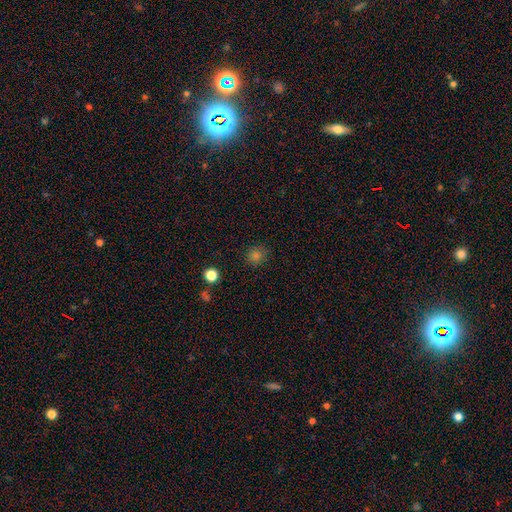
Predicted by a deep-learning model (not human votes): Smooth or featured? Predicted: smooth (p=0.76). How rounded? Predicted: round (p=0.87). Merging? Predicted: none (p=0.86).